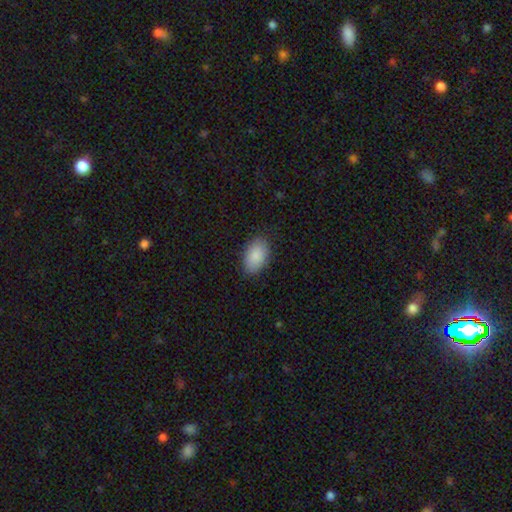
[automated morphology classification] smooth 89%, star or artifact 6%, featured or disk 5%. Down the decision tree: how rounded — in between (92%); merging — none (85%).